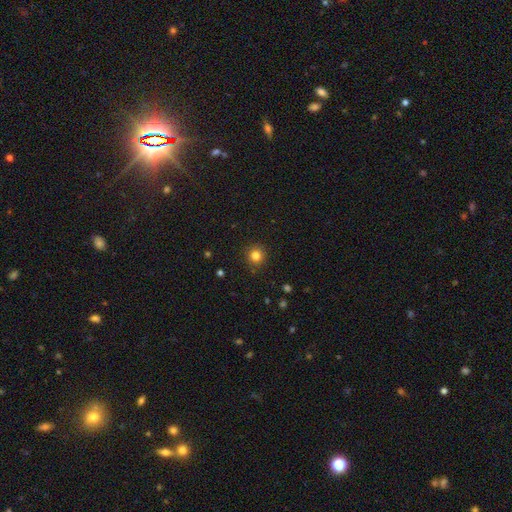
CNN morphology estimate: This is clearly a smooth galaxy (82%). How rounded: clearly round (93%). Merging: clearly none (91%).